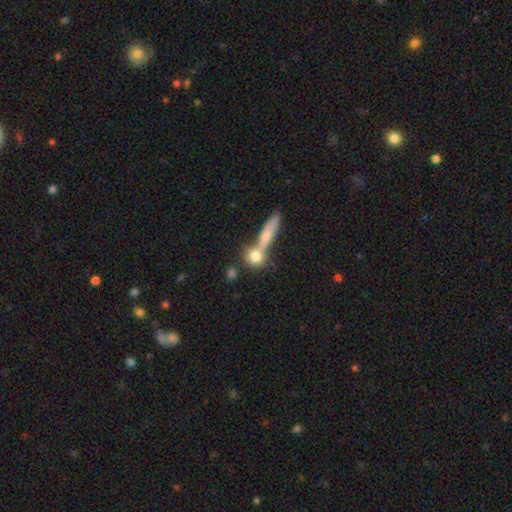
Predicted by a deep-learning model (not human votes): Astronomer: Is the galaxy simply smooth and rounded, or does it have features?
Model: smooth — 77%.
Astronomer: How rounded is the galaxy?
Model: round — 65%.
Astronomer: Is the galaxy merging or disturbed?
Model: none — 47% (runner-up: merger, 38%).